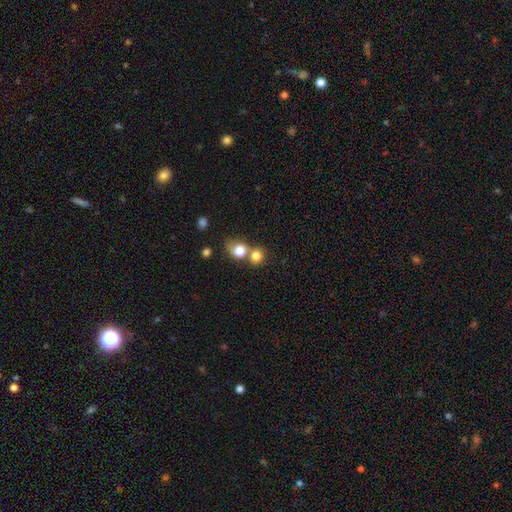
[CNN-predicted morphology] This is likely a smooth galaxy (79%). How rounded: likely round (80%). Merging: possibly merger (45%).